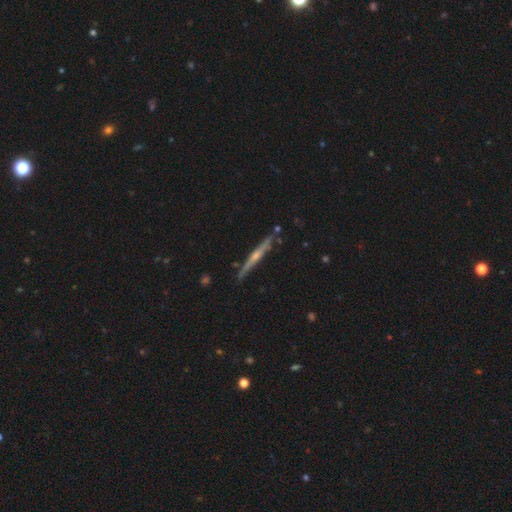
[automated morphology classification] Q: Smooth or featured?
A: featured or disk (73%); runner-up: smooth (21%)
Q: Edge-on disk?
A: yes (97%); runner-up: no (3%)
Q: Edge-on bulge?
A: rounded (71%); runner-up: none (23%)
Q: Merging?
A: none (85%); runner-up: minor disturbance (10%)